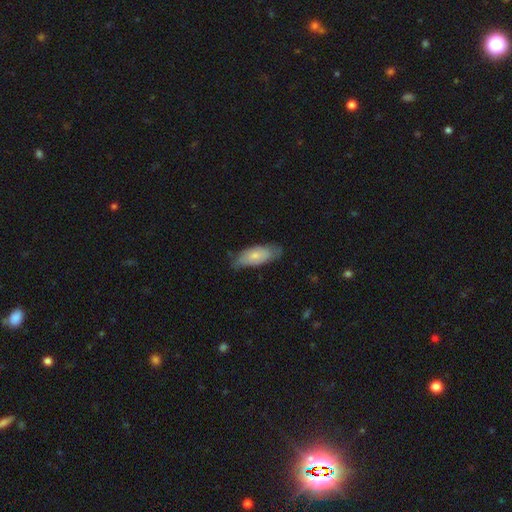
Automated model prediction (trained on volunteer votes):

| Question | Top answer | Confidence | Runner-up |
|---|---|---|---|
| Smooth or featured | smooth | 69% | featured or disk (25%) |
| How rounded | in between | 81% | cigar-shaped (17%) |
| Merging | none | 65% | minor disturbance (28%) |